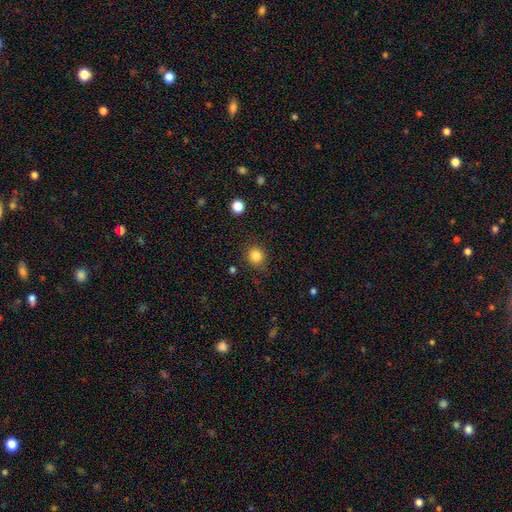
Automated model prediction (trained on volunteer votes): smooth 84%, star or artifact 11%, featured or disk 4%. Down the decision tree: how rounded — round (87%); merging — none (84%).